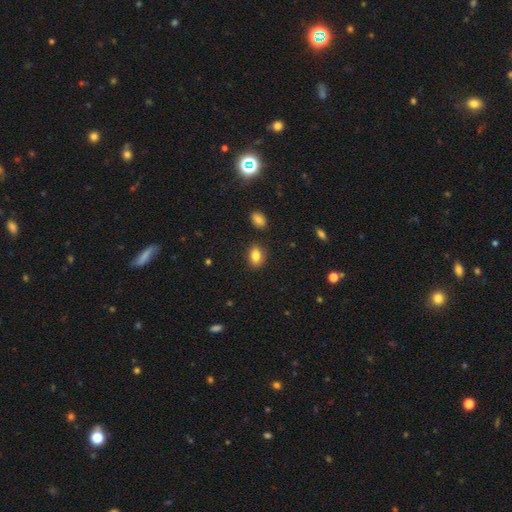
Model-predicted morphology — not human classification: smooth_or_featured: smooth (p=0.83) [alt: star or artifact p=0.09]
how_rounded: in between (p=0.82) [alt: round p=0.16]
merging: none (p=0.85) [alt: minor disturbance p=0.10]